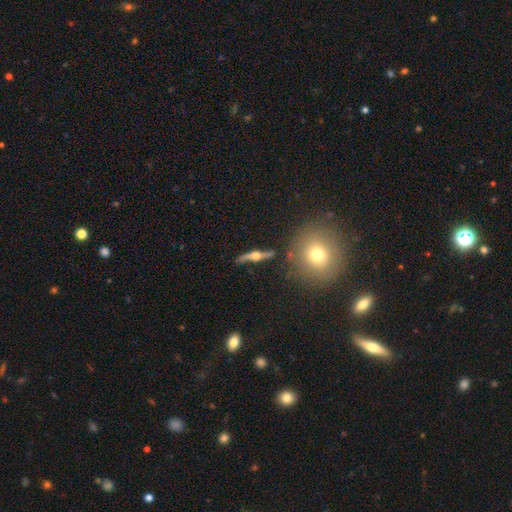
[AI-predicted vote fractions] Q: Smooth or featured?
A: featured or disk (77%); runner-up: smooth (17%)
Q: Edge-on disk?
A: yes (85%); runner-up: no (15%)
Q: Edge-on bulge?
A: rounded (95%); runner-up: boxy (3%)
Q: Merging?
A: none (74%); runner-up: minor disturbance (14%)